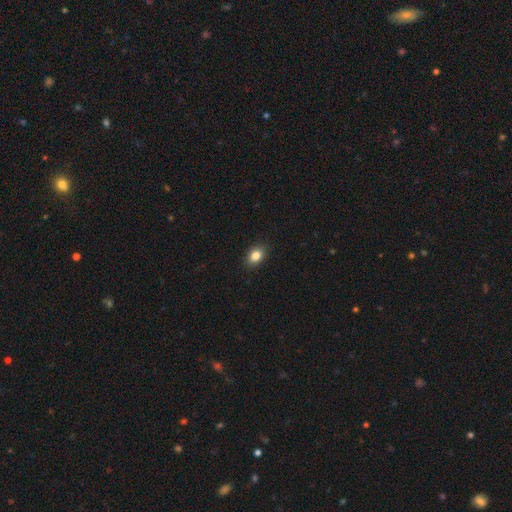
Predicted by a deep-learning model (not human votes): A smooth galaxy with no disk features (85%) that is in between round and cigar-shaped (73%). Merging: none (89%).